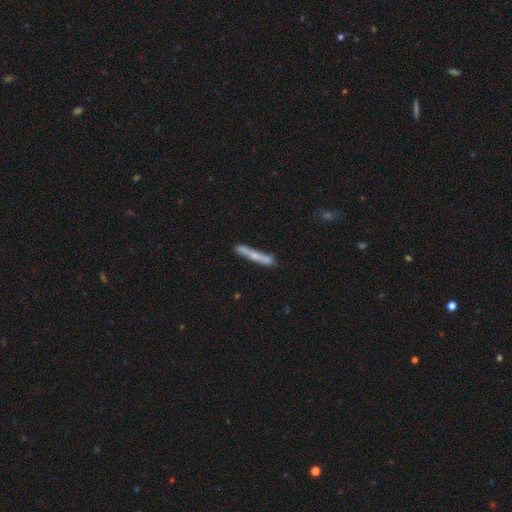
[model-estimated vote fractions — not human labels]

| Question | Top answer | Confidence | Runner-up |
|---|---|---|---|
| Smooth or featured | smooth | 52% | featured or disk (41%) |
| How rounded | cigar-shaped | 95% | in between (4%) |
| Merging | none | 71% | minor disturbance (18%) |